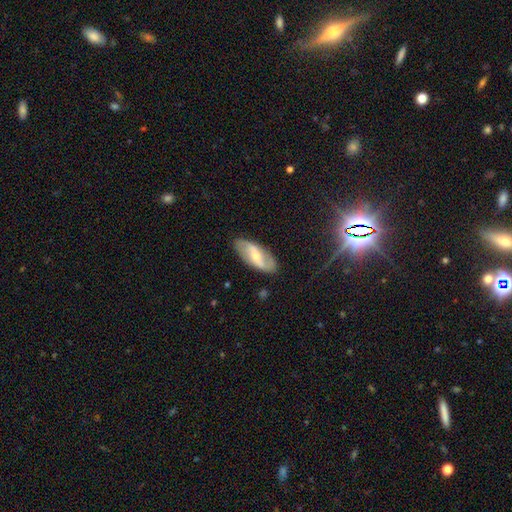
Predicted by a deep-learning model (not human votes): The model was most divided on "bulge size" (2-way tie): small: 46%, moderate: 46%, large: 3%, none: 3%, dominant: 1%. Remaining: edge-on disk — no (89%); merging — none (84%); spiral arms — yes (79%); smooth or featured — featured or disk (62%); bar — weak (41%).